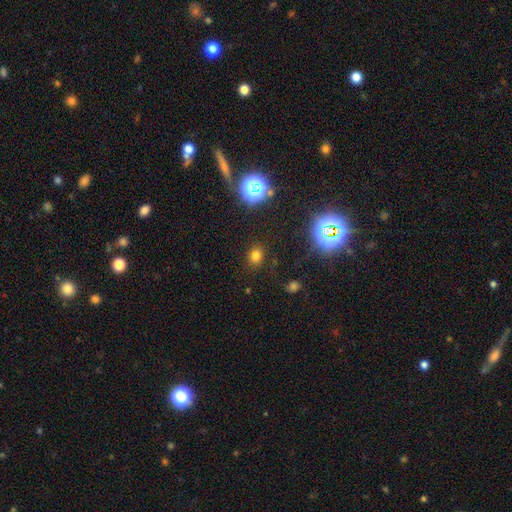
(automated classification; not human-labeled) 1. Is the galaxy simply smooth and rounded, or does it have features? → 71% smooth, 23% star or artifact, 6% featured or disk.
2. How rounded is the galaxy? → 64% round, 35% in between, 1% cigar-shaped.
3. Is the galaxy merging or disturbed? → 85% none, 9% minor disturbance, 4% major disturbance, 2% merger.